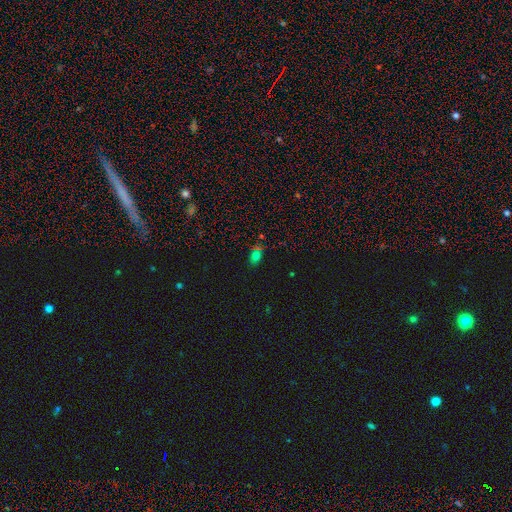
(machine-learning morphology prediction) The model was most divided on "smooth or featured": smooth: 64%, star or artifact: 27%, featured or disk: 9%. More confident: how rounded — in between (68%); merging — none (61%).